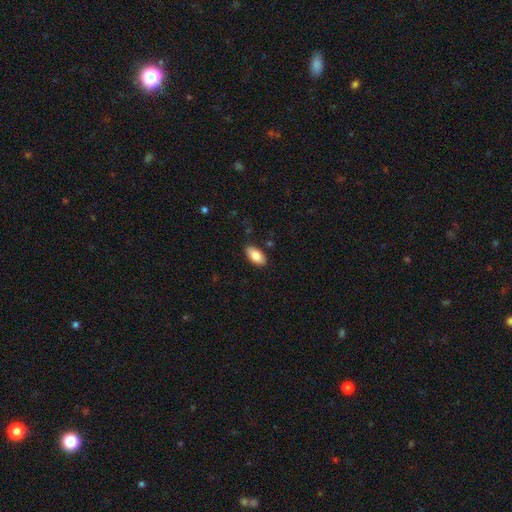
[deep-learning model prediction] Overall: smooth (84%). How rounded: in between (93%). Merging: none (87%).